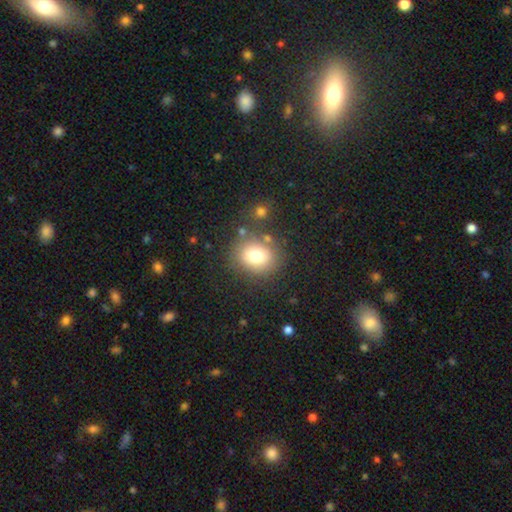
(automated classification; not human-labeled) smooth_or_featured: smooth (p=0.75) [alt: featured or disk p=0.12]
how_rounded: round (p=0.67) [alt: in between p=0.33]
merging: none (p=0.75) [alt: minor disturbance p=0.12]